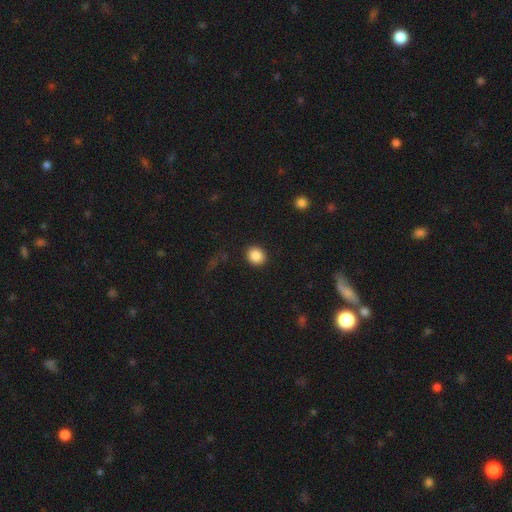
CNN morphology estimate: smooth 87%, star or artifact 9%, featured or disk 4%. Down the decision tree: how rounded — round (81%); merging — none (91%).